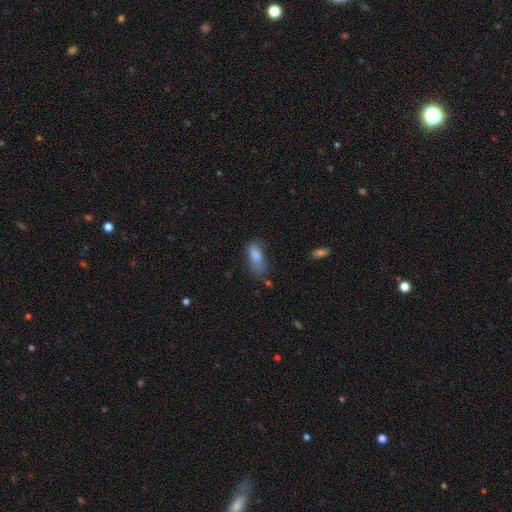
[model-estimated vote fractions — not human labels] Overall: smooth (81%). How rounded: in between (76%). Merging: none (38%; minor disturbance 35%).